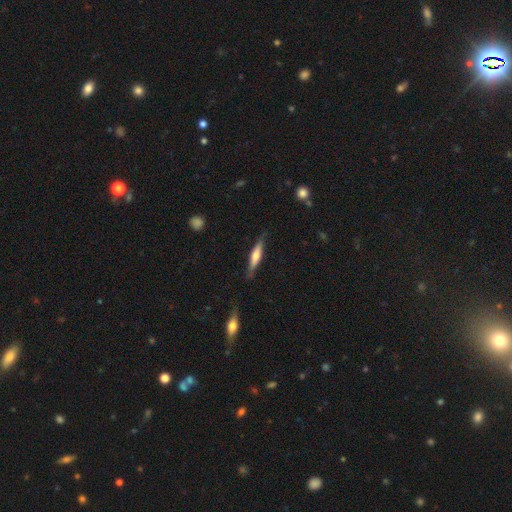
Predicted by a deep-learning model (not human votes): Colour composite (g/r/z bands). It shows a smooth galaxy with no disk features (50%). Merging: none (81%).